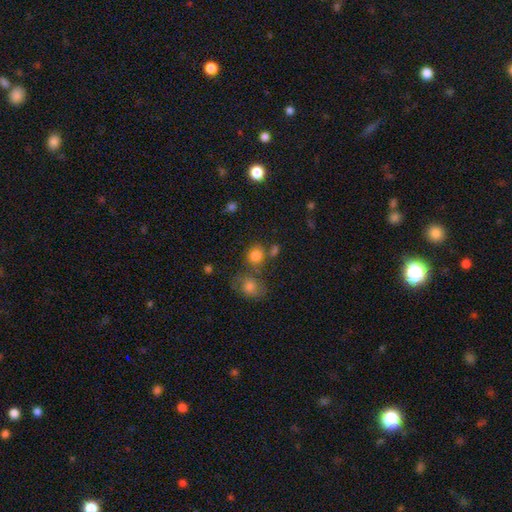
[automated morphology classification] smooth 81%, star or artifact 12%, featured or disk 7%. Down the decision tree: how rounded — round (80%); merging — none (59%).